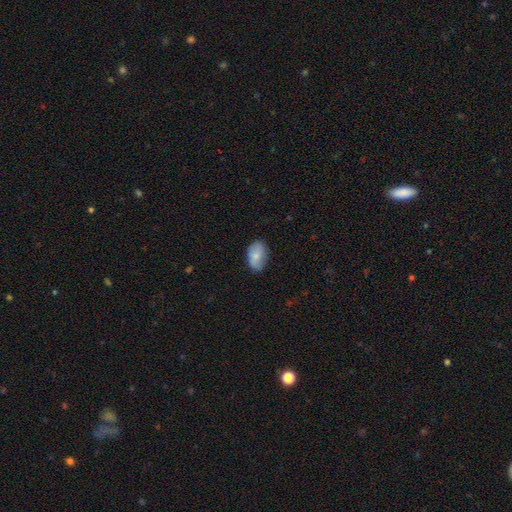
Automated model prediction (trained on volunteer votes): Smooth or featured? smooth (77%)
How rounded? in between (90%)
Merging? none (76%)